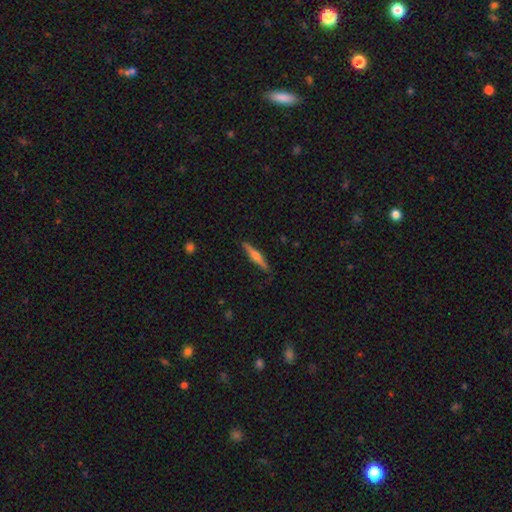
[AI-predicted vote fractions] Q: Smooth or featured?
A: featured or disk (59%); runner-up: smooth (34%)
Q: Edge-on disk?
A: yes (97%); runner-up: no (3%)
Q: Edge-on bulge?
A: rounded (84%); runner-up: boxy (9%)
Q: Merging?
A: none (87%); runner-up: minor disturbance (10%)